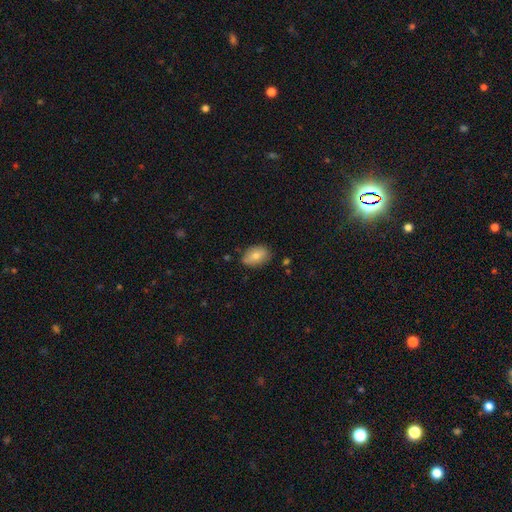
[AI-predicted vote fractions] This is likely a smooth galaxy (76%). How rounded: clearly in between (85%). Merging: likely none (75%).